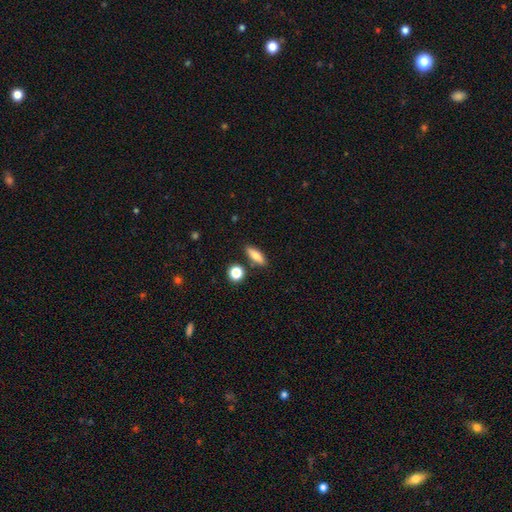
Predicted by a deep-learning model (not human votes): smooth 78%, featured or disk 14%, star or artifact 8%. Down the decision tree: how rounded — in between (52%); merging — none (83%).